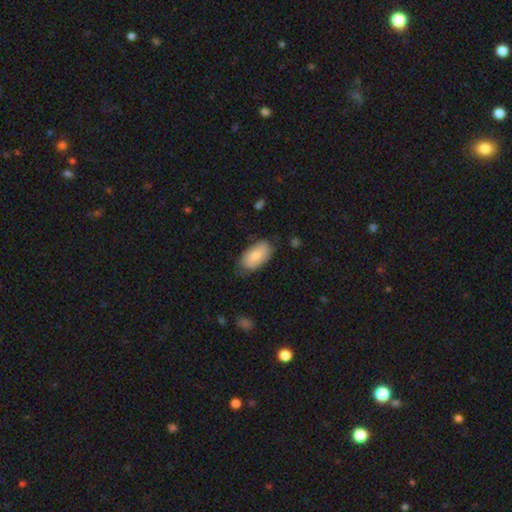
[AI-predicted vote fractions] Overall: smooth (80%). How rounded: in between (95%). Merging: none (73%).